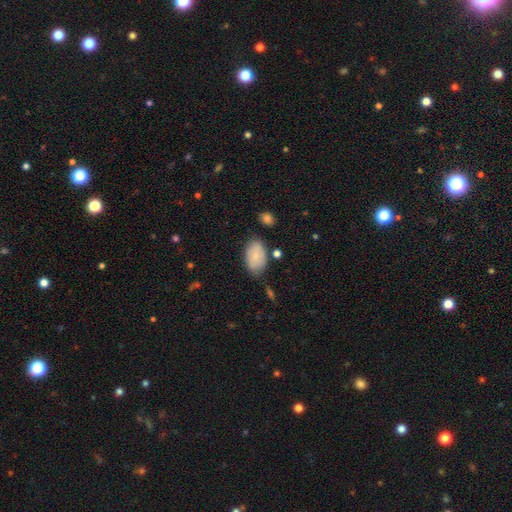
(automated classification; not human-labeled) A smooth galaxy with no disk features (69%) that is in between round and cigar-shaped (89%).

Vote fractions:
- Smooth or featured? smooth: 69% / featured or disk: 24% / star or artifact: 7%
- How rounded? in between: 89% / round: 9% / cigar-shaped: 1%
- Merging? none: 68% / minor disturbance: 22% / major disturbance: 5% / merger: 4%